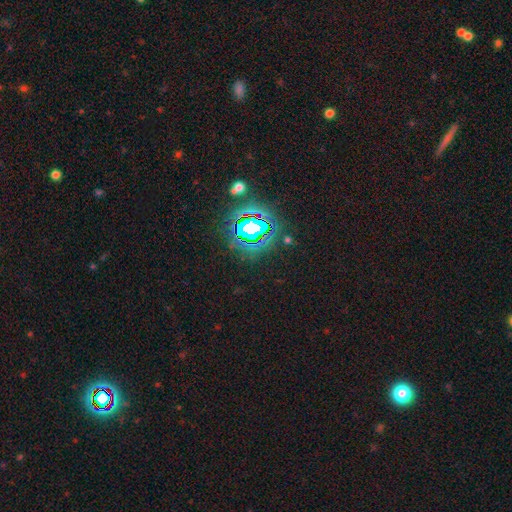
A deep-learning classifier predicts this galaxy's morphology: This appears to be a star or artifact, not a galaxy (83%).